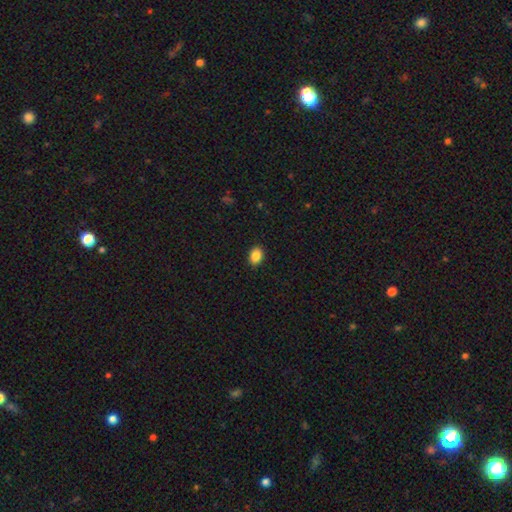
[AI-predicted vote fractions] smooth 88%, star or artifact 9%, featured or disk 3%. Down the decision tree: how rounded — in between (67%); merging — none (90%).